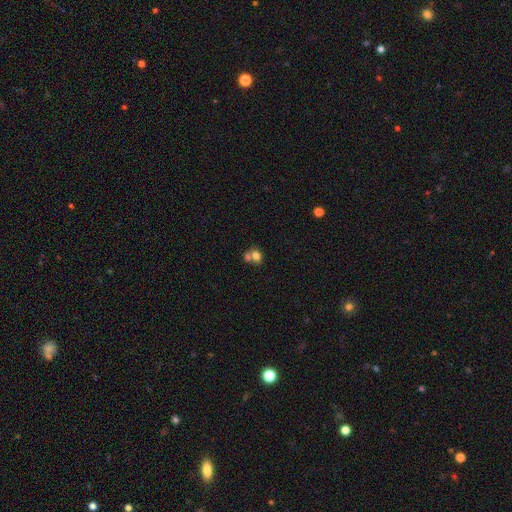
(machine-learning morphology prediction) A smooth galaxy with no disk features (73%) that is round (56%). Merging: merger (54%).